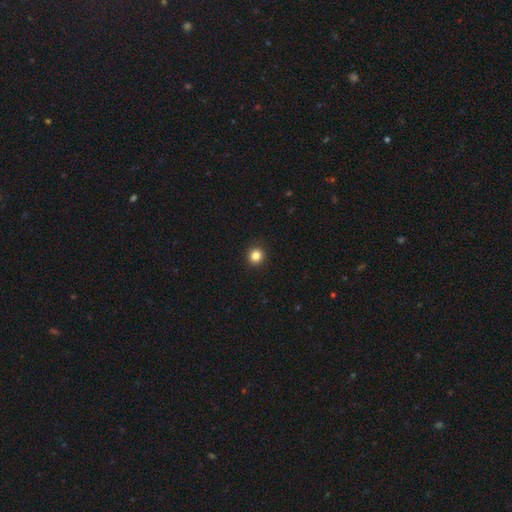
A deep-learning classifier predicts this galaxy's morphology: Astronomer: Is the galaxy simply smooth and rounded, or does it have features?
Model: smooth — 84%.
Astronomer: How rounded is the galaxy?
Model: round — 92%.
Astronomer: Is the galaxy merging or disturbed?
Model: none — 93%.